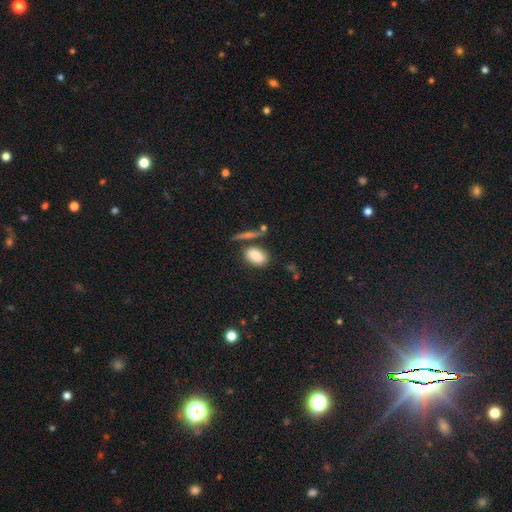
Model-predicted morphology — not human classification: This appears to be a smooth galaxy with no disk features (82%) that is in between round and cigar-shaped (84%). Merging: none (64%).